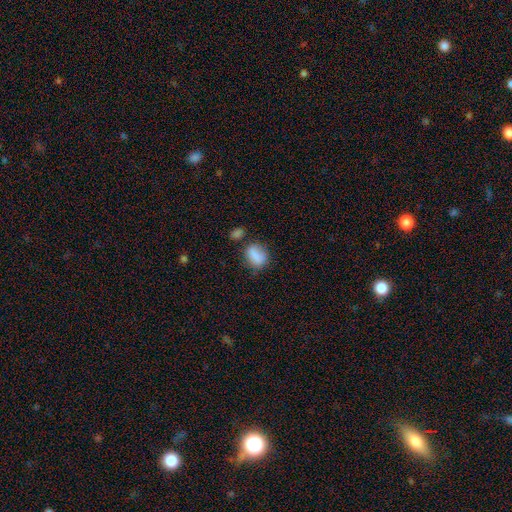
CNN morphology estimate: type=smooth (83%); roundness=in between (68%); merging=none (59%).